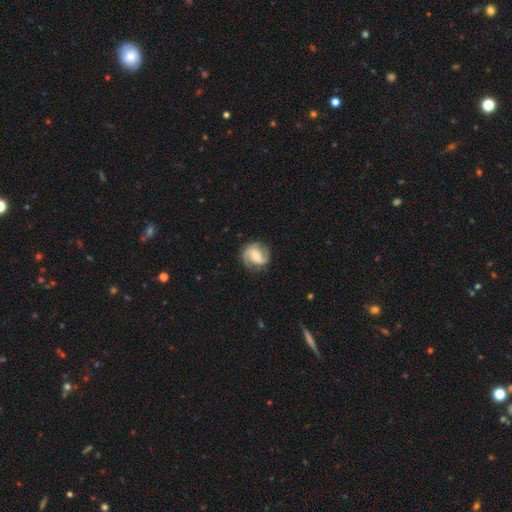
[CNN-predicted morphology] This is likely a featured or disk galaxy (77%). It is clearly not viewed edge-on (98%). Bar: possibly weak (46%). Spiral arm pattern: clearly yes (95%). Spiral arm count: clearly 2 (85%). Spiral winding: possibly medium (47%). Central bulge: possibly small (48%). Merging: likely none (79%).